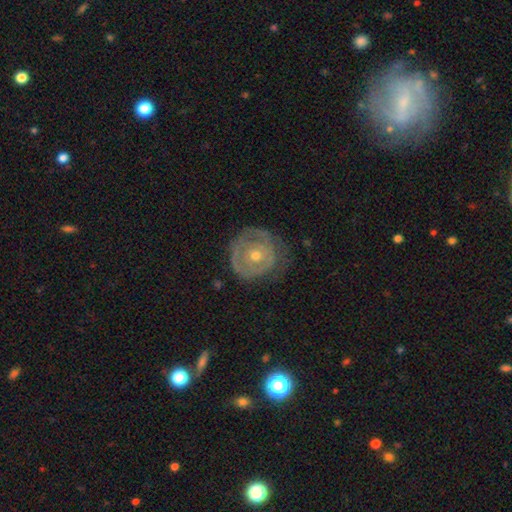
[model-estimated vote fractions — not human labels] Smooth or featured? featured or disk (68%)
Edge-on disk? no (97%)
Bar? no (86%)
Spiral arms? yes (54%)
Bulge size? moderate (52%)
Merging? none (66%)